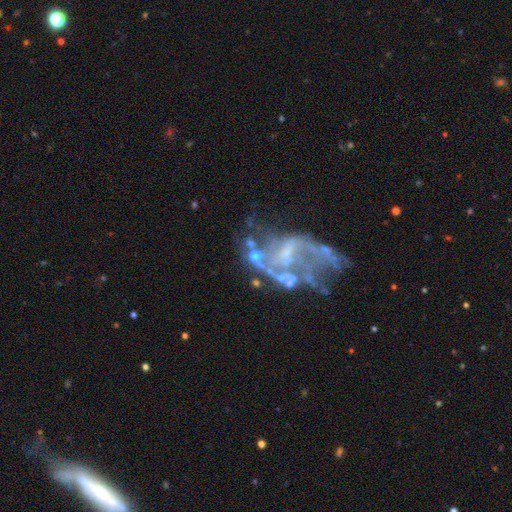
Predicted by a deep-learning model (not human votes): A featured or disk galaxy (65%) with no bar (79%), no spiral arms (72%) and no central bulge (64%). Merging: major disturbance (36%).